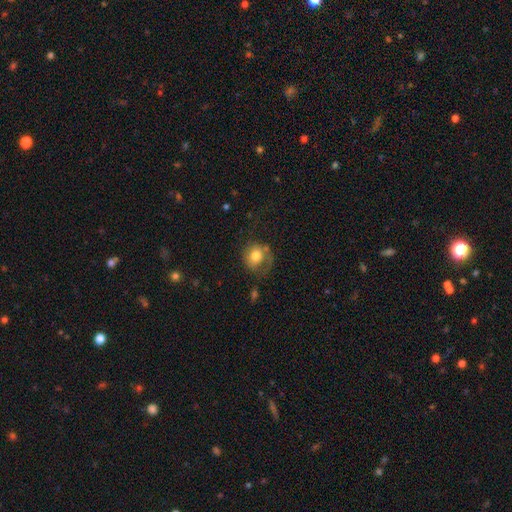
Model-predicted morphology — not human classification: smooth 65%, featured or disk 27%, star or artifact 8%. Down the decision tree: how rounded — round (71%); merging — none (44%).